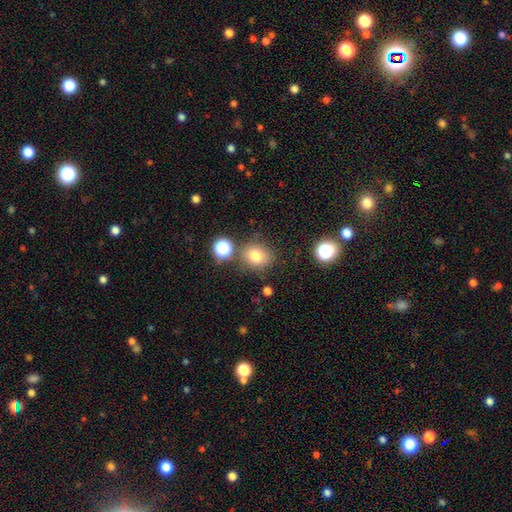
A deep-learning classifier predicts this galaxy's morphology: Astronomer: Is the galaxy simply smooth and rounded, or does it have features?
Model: smooth — 77%.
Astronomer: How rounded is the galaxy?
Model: round — 77%.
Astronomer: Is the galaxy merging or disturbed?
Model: none — 77%.